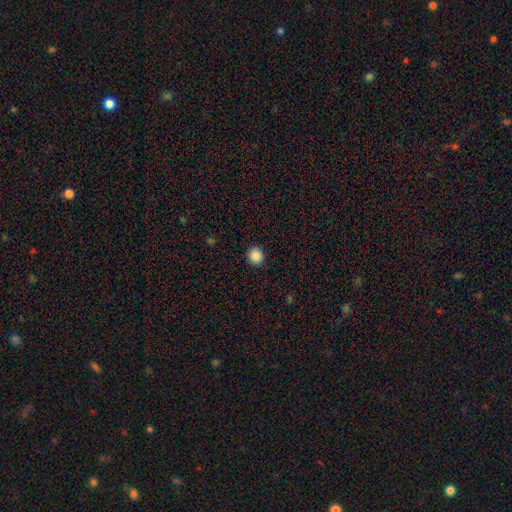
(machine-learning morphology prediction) A smooth galaxy with no disk features (87%) that is round (94%).

Vote fractions:
- Smooth or featured? smooth: 87% / star or artifact: 10% / featured or disk: 3%
- How rounded? round: 94% / in between: 5% / cigar-shaped: 1%
- Merging? none: 92% / minor disturbance: 5% / major disturbance: 2% / merger: 1%